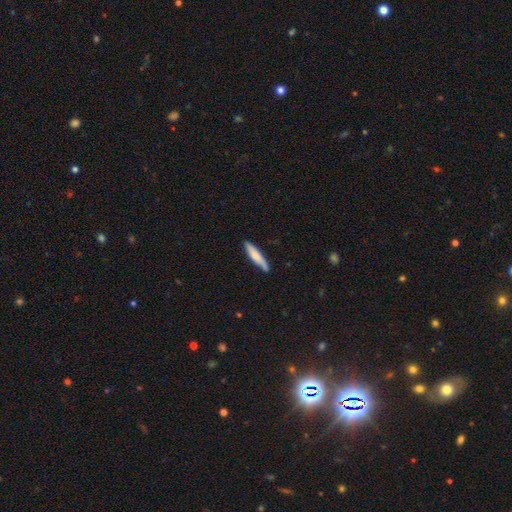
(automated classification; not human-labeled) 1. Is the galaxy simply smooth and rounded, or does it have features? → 74% smooth, 21% featured or disk, 5% star or artifact.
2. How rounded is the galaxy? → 85% cigar-shaped, 14% in between, 1% round.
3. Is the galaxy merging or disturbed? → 79% none, 17% minor disturbance, 2% major disturbance, 2% merger.